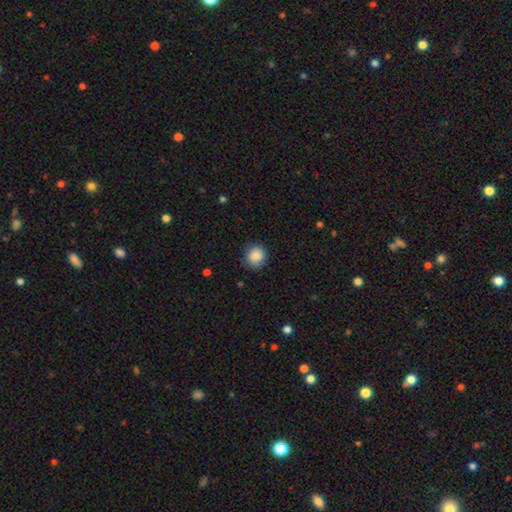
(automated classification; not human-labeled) smooth_or_featured: smooth (p=0.87) [alt: star or artifact p=0.08]
how_rounded: round (p=0.90) [alt: in between p=0.09]
merging: none (p=0.85) [alt: minor disturbance p=0.11]